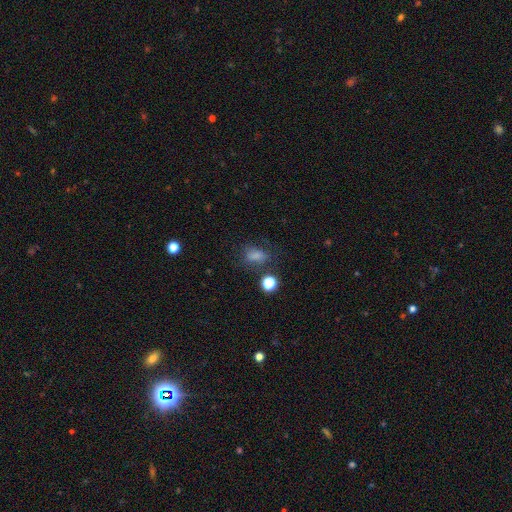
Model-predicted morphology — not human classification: A smooth galaxy with no disk features (72%) that is in between round and cigar-shaped (70%).

Vote fractions:
- Smooth or featured? smooth: 72% / star or artifact: 18% / featured or disk: 11%
- How rounded? in between: 70% / round: 28% / cigar-shaped: 2%
- Merging? none: 58% / minor disturbance: 22% / major disturbance: 13% / merger: 7%